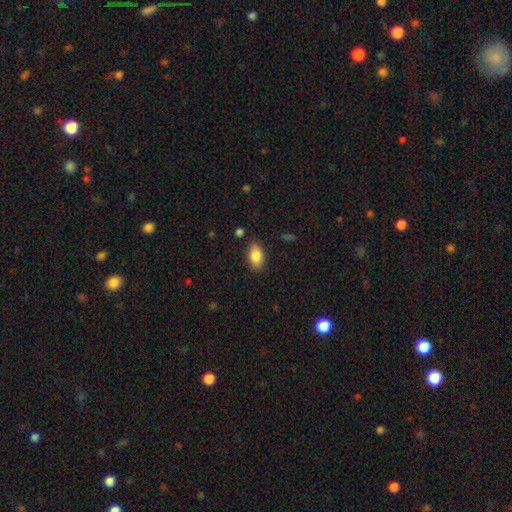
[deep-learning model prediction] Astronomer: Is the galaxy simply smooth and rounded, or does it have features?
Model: smooth — 84%.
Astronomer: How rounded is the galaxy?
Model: in between — 90%.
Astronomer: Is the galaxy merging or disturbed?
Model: none — 85%.